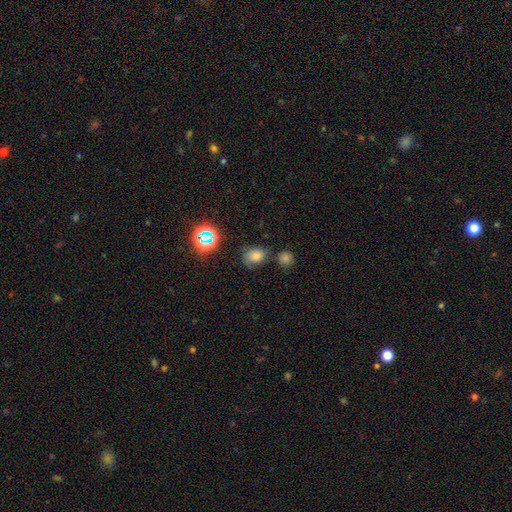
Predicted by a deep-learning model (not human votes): Smooth or featured?
  - smooth: 71% *
  - star or artifact: 21%
  - featured or disk: 8%
How rounded?
  - round: 52% *
  - in between: 47%
  - cigar-shaped: 1%
Merging?
  - none: 64% *
  - minor disturbance: 21%
  - merger: 10%
  - major disturbance: 6%